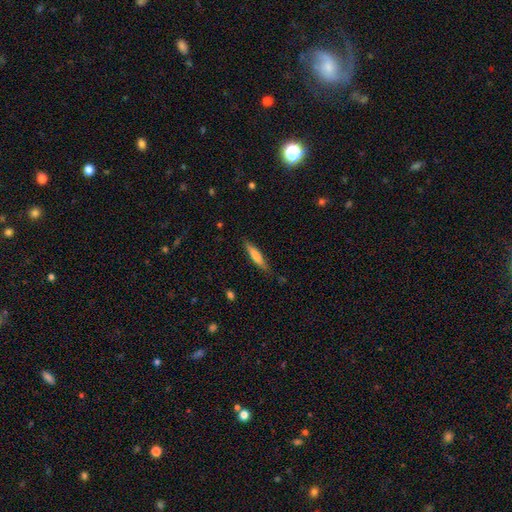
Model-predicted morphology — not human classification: This appears to be a smooth galaxy with no disk features (69%) that is cigar-shaped (84%). Merging: none (80%).